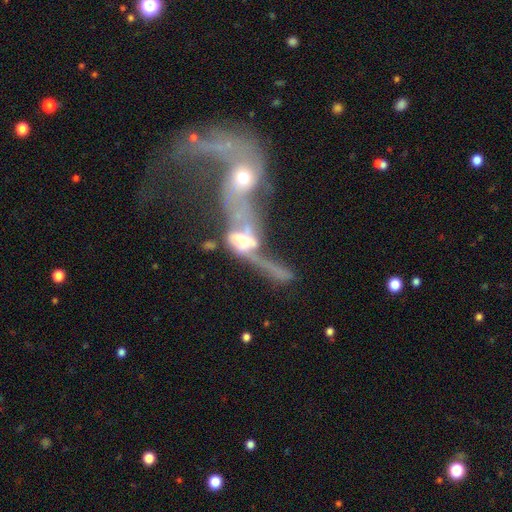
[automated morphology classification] The model was most divided on "spiral arms": yes: 57%, no: 43%. More confident: edge-on disk — no (91%); merging — merger (82%); bar — no (70%); smooth or featured — featured or disk (70%); bulge size — moderate (51%).